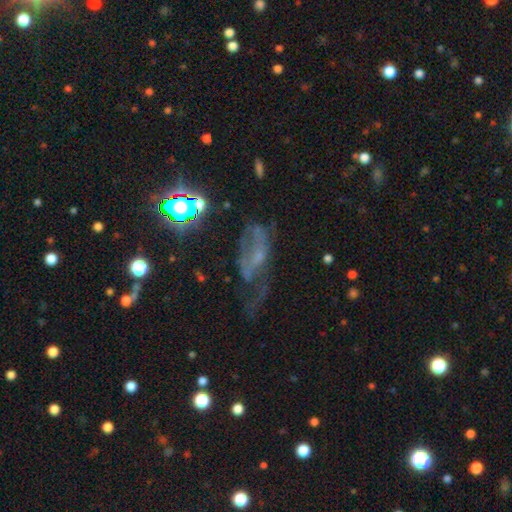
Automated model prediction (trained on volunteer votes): Smooth or featured? Predicted: featured or disk (p=0.51). Edge-on disk? Predicted: no (p=0.88). Merging? Predicted: major disturbance (p=0.38).